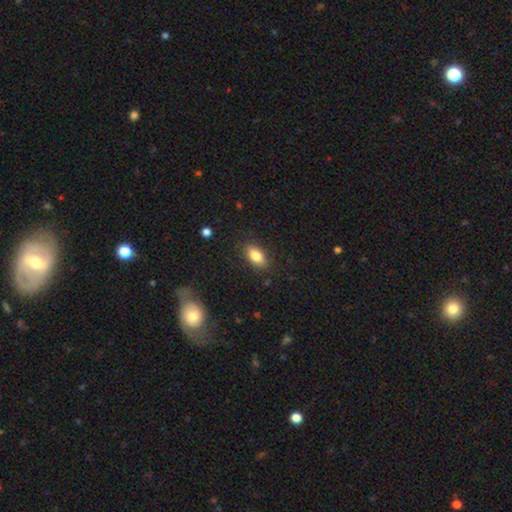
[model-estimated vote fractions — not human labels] Q: Smooth or featured?
A: smooth (83%); runner-up: featured or disk (9%)
Q: How rounded?
A: in between (89%); runner-up: round (6%)
Q: Merging?
A: none (87%); runner-up: minor disturbance (10%)